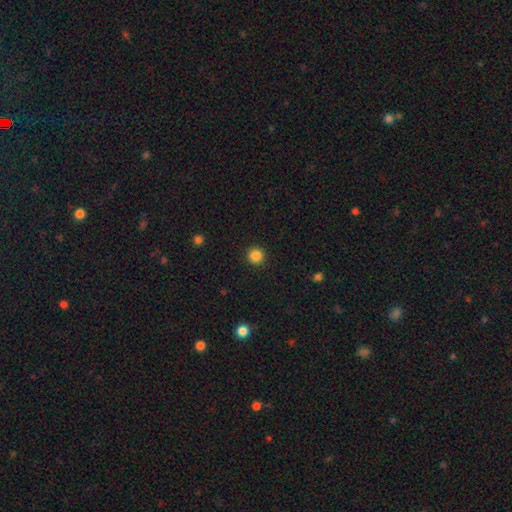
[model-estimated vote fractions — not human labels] The model was most divided on "smooth or featured": smooth: 86%, star or artifact: 11%, featured or disk: 3%. More confident: how rounded — round (95%); merging — none (93%).